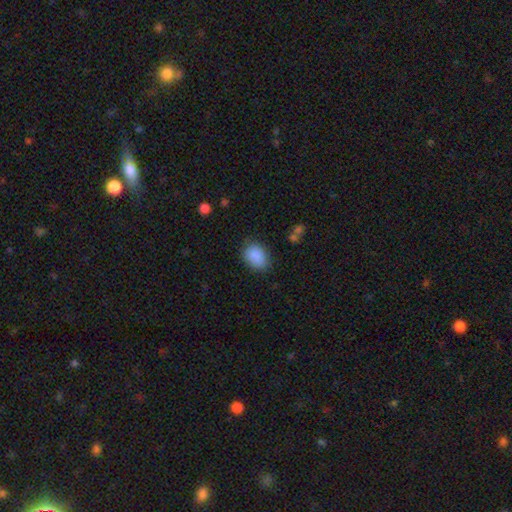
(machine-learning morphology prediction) This appears to be a smooth galaxy with no disk features (88%) that is in between round and cigar-shaped (76%). Merging: none (80%).